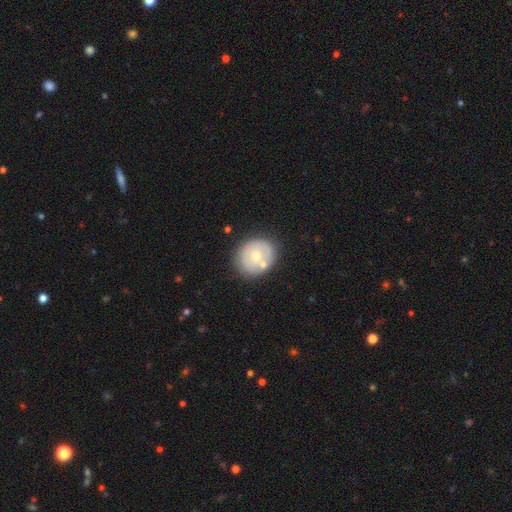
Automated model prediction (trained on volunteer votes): Smooth or featured?
  - smooth: 55% *
  - featured or disk: 37%
  - star or artifact: 7%
How rounded?
  - round: 77% *
  - in between: 22%
  - cigar-shaped: 1%
Merging?
  - none: 67% *
  - minor disturbance: 15%
  - merger: 13%
  - major disturbance: 4%